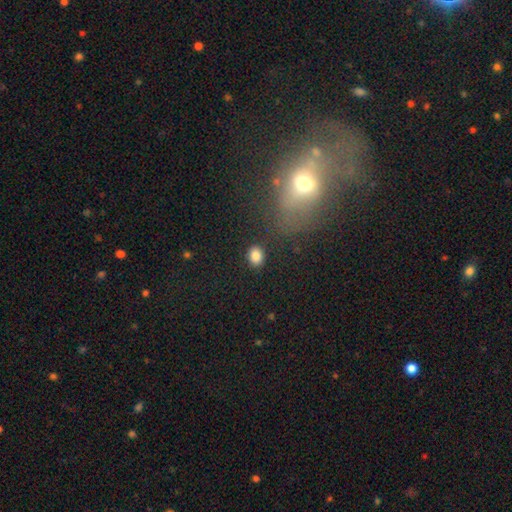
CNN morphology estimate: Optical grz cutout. It shows a smooth galaxy with no disk features (85%) that is in between round and cigar-shaped (54%). Merging: none (87%).